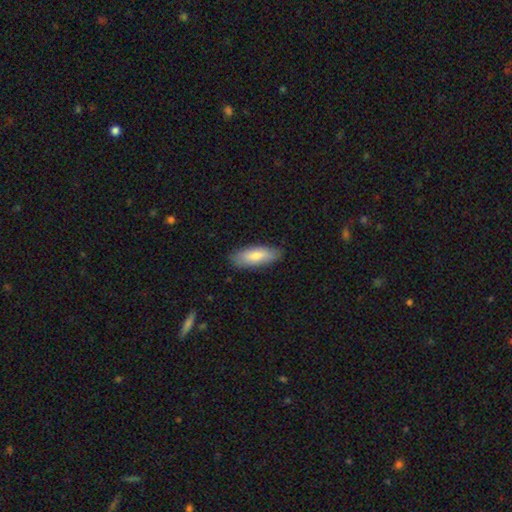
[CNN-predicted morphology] A smooth galaxy with no disk features (74%) that is in between round and cigar-shaped (62%).

Vote fractions:
- Smooth or featured? smooth: 74% / featured or disk: 20% / star or artifact: 6%
- How rounded? in between: 62% / cigar-shaped: 36% / round: 2%
- Merging? none: 85% / minor disturbance: 12% / major disturbance: 2% / merger: 1%